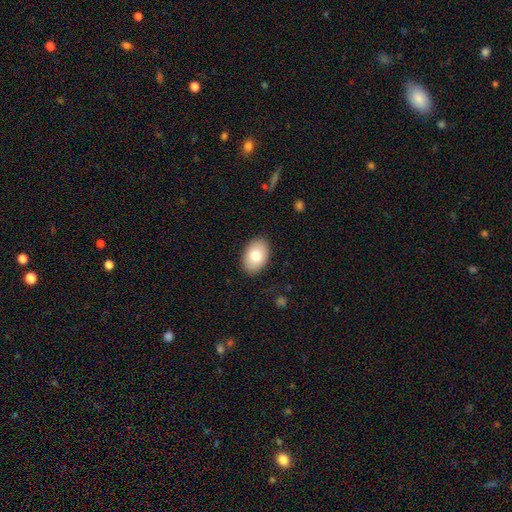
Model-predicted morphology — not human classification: Smooth or featured: smooth — 78% (featured or disk — 15%)
How rounded: in between — 88% (round — 11%)
Merging: none — 88% (minor disturbance — 9%)